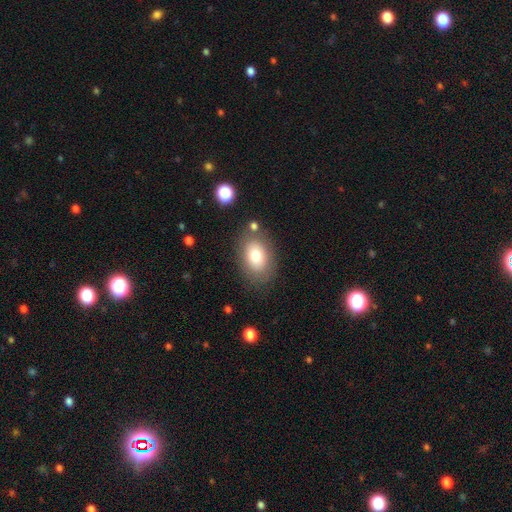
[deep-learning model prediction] The model was most divided on "smooth or featured": smooth: 75%, featured or disk: 16%, star or artifact: 9%. More confident: how rounded — in between (81%); merging — none (77%).